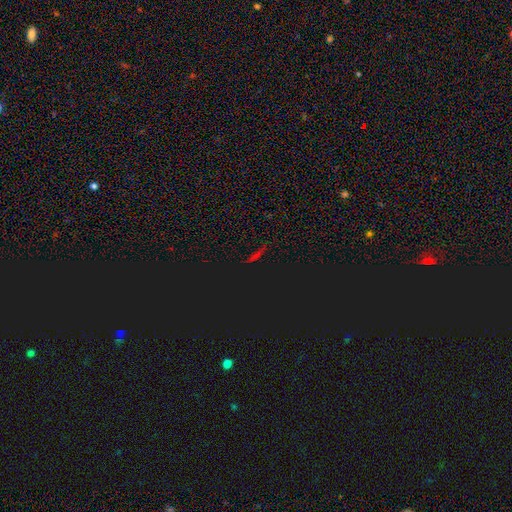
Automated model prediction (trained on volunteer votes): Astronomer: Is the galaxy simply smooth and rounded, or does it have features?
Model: star or artifact — 71%.